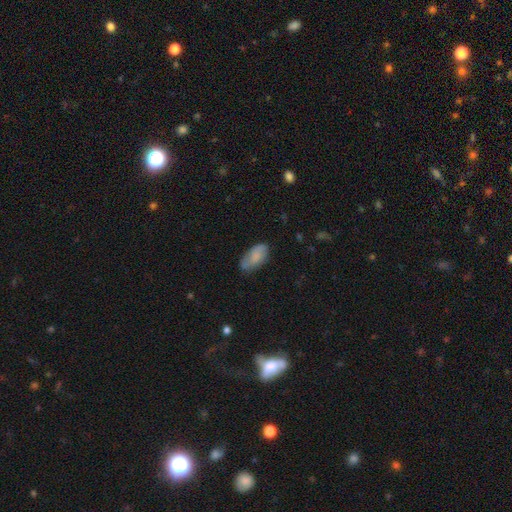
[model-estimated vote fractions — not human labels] Overall: smooth (71%). How rounded: in between (93%). Merging: none (63%; minor disturbance 27%).